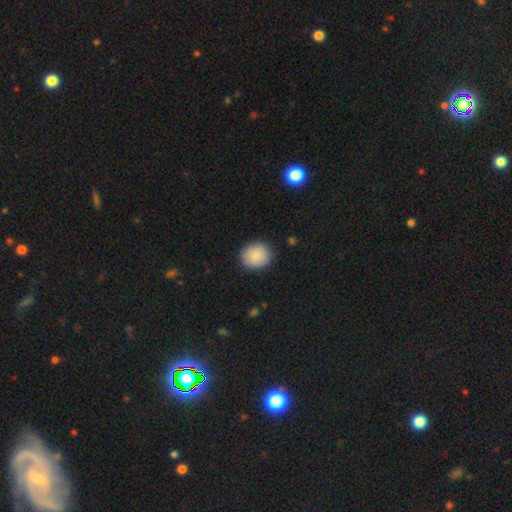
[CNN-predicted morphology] The model was most divided on "how rounded": round: 82%, in between: 17%, cigar-shaped: 1%. More confident: merging — none (87%); smooth or featured — smooth (83%).